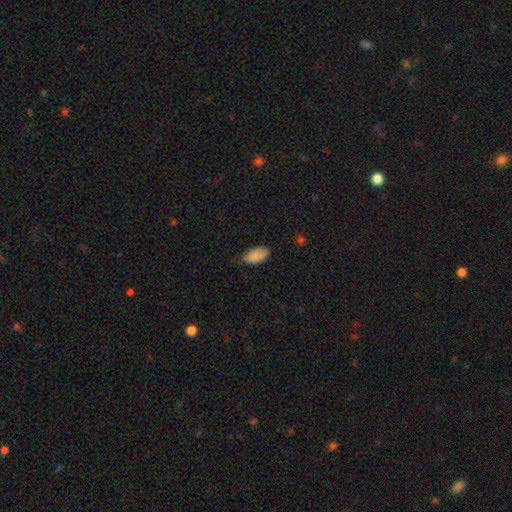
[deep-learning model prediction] Smooth or featured? smooth (88%)
How rounded? in between (94%)
Merging? none (50%)